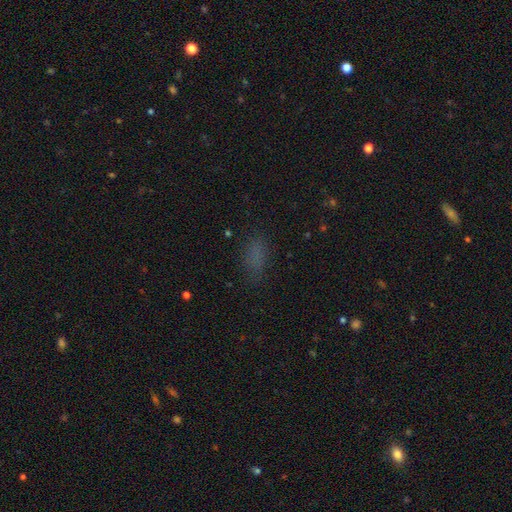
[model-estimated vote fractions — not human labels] A smooth galaxy with no disk features (74%) that is in between round and cigar-shaped (78%).

Vote fractions:
- Smooth or featured? smooth: 74% / star or artifact: 19% / featured or disk: 7%
- How rounded? in between: 78% / cigar-shaped: 16% / round: 6%
- Merging? none: 77% / minor disturbance: 15% / major disturbance: 7% / merger: 2%